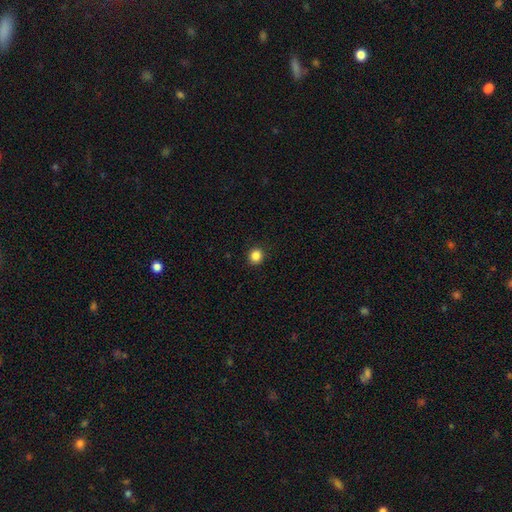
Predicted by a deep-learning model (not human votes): A smooth galaxy with no disk features (86%) that is round (89%). Merging: none (91%).